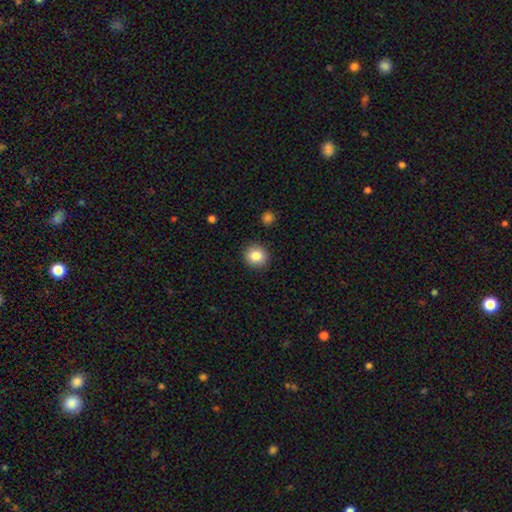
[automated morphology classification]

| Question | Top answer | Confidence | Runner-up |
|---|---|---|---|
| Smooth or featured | smooth | 84% | star or artifact (9%) |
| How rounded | round | 88% | in between (12%) |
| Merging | none | 91% | minor disturbance (6%) |